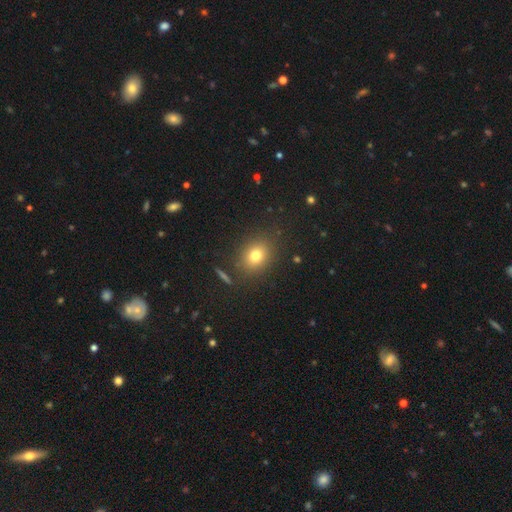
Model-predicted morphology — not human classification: Smooth or featured?
  - smooth: 76% *
  - star or artifact: 14%
  - featured or disk: 10%
How rounded?
  - round: 59% *
  - in between: 39%
  - cigar-shaped: 1%
Merging?
  - none: 86% *
  - minor disturbance: 8%
  - major disturbance: 3%
  - merger: 3%